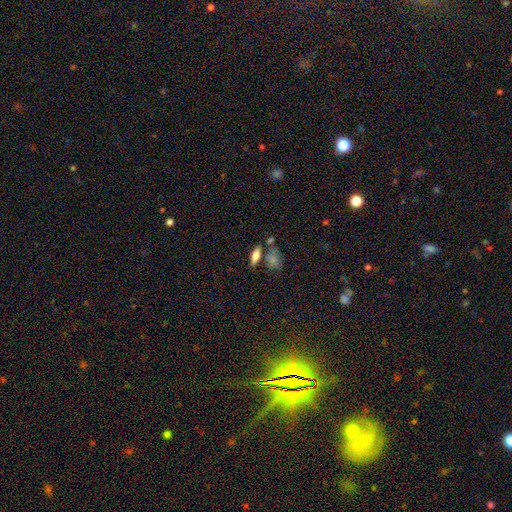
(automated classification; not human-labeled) This appears to be a smooth galaxy with no disk features (61%) that is in between round and cigar-shaped (58%). Merging: none (64%).